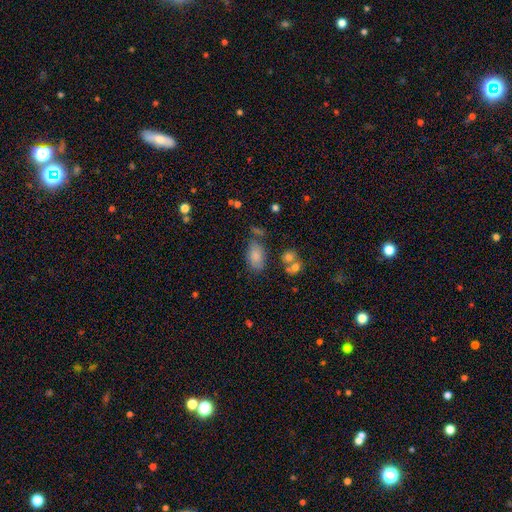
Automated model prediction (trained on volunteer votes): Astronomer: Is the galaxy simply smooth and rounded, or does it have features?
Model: smooth — 82%.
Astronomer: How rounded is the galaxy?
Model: in between — 91%.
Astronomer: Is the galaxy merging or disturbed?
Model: none — 64%.